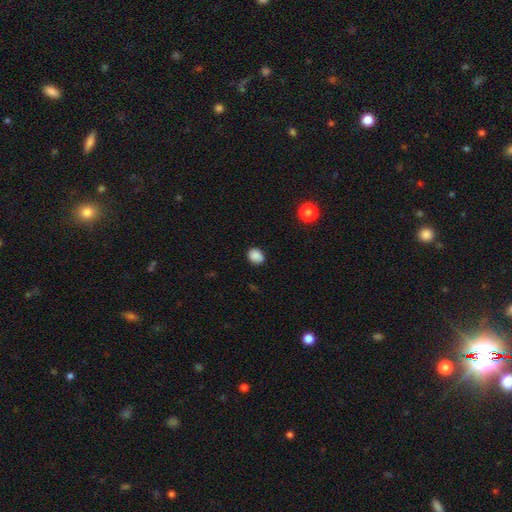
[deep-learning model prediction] This is clearly a smooth galaxy (87%). How rounded: possibly round (53%). Merging: clearly none (85%).